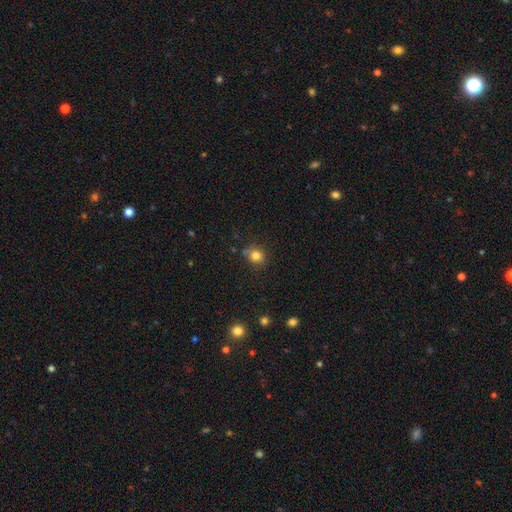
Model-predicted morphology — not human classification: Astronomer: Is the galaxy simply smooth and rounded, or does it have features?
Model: smooth — 81%.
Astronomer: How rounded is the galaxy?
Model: round — 75%.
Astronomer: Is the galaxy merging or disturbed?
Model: none — 70%.